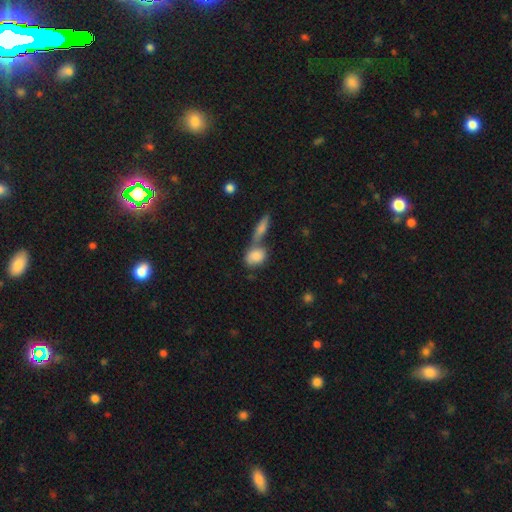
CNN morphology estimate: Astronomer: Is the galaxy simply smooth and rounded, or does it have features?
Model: smooth — 82%.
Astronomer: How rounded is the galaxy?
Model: in between — 67%.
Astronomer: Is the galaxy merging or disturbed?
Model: merger — 47% (runner-up: none, 35%).